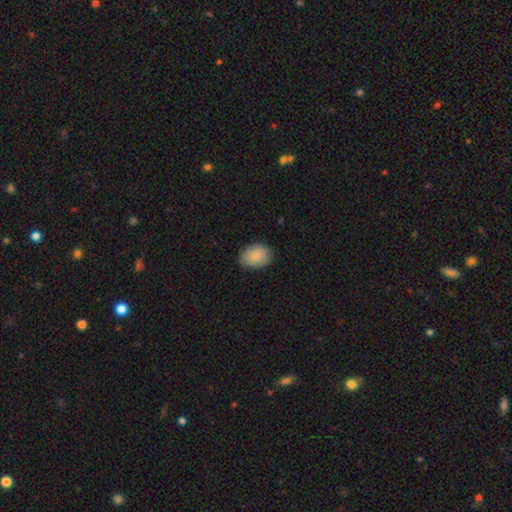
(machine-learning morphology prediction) Smooth or featured? Predicted: smooth (p=0.84). How rounded? Predicted: in between (p=0.74). Merging? Predicted: none (p=0.83).